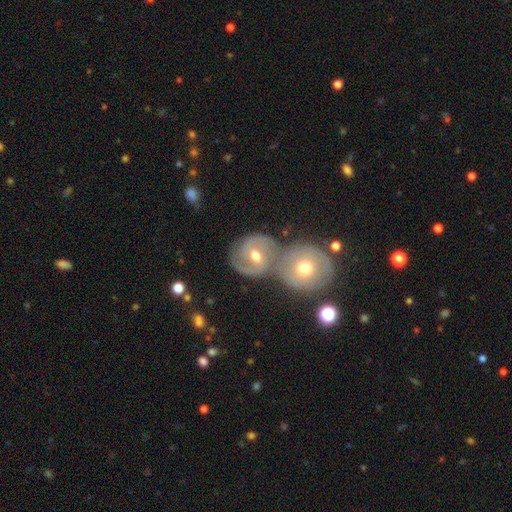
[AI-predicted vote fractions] featured or disk 70%, smooth 22%, star or artifact 8%. Down the decision tree: edge-on disk — no (96%); bar — no (51%); spiral arms — yes (87%); spiral arm count — 2 (74%); spiral winding — tight (49%); bulge size — moderate (71%); merging — merger (46%).